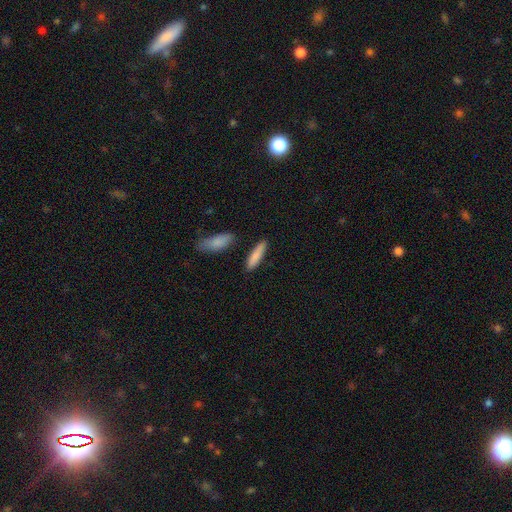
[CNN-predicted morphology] Smooth or featured: smooth — 85% (featured or disk — 10%)
How rounded: cigar-shaped — 72% (in between — 27%)
Merging: none — 84% (minor disturbance — 10%)